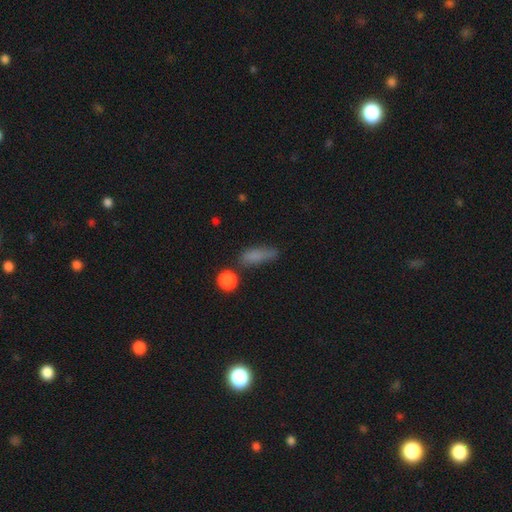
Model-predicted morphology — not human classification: Q: Smooth or featured?
A: smooth (77%); runner-up: star or artifact (13%)
Q: How rounded?
A: in between (48%); runner-up: cigar-shaped (46%)
Q: Merging?
A: none (58%); runner-up: minor disturbance (26%)